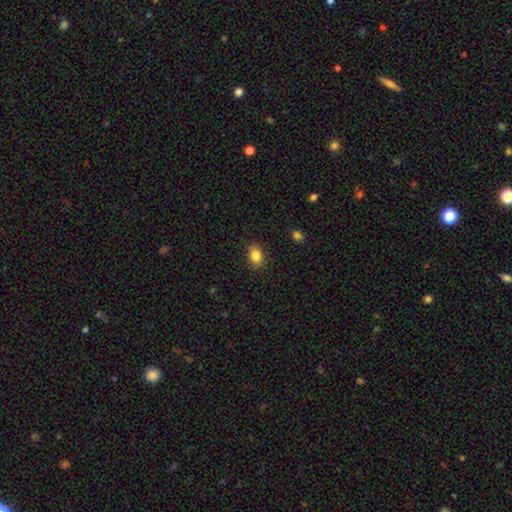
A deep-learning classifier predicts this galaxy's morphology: Smooth or featured? Predicted: smooth (p=0.86). How rounded? Predicted: in between (p=0.80). Merging? Predicted: none (p=0.86).